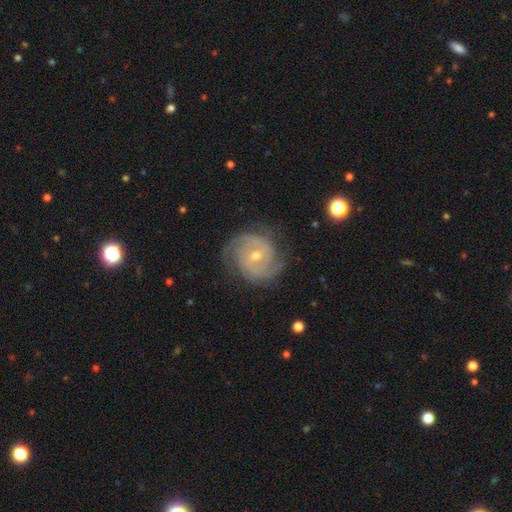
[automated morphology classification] A featured or disk galaxy (84%) with no bar (57%), 2 (55%) tight (57%) spiral arms (95%) and a small central bulge (56%).

Vote fractions:
- Smooth or featured? featured or disk: 84% / smooth: 9% / star or artifact: 6%
- Edge-on disk? no: 97% / yes: 3%
- Bar? no: 57% / weak: 34% / strong: 9%
- Spiral arms? yes: 95% / no: 5%
- Spiral winding? tight: 57% / medium: 34% / loose: 9%
- Spiral arm count? 2: 55% / can't tell: 18% / 3: 15% / 4: 5% / 1: 4% / more than 4: 4%
- Bulge size? small: 56% / moderate: 41% / large: 1% / none: 1% / dominant: 1%
- Merging? none: 77% / minor disturbance: 16% / major disturbance: 6% / merger: 1%